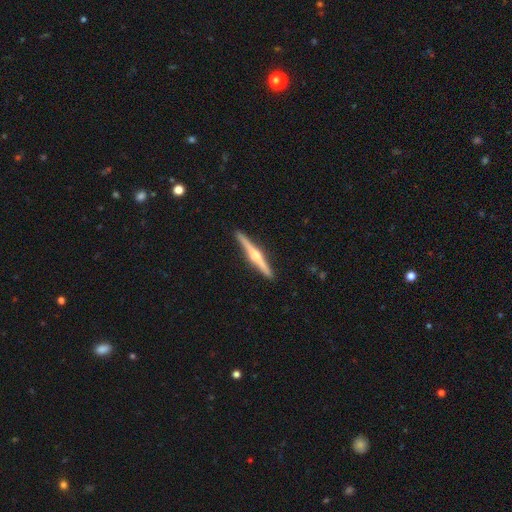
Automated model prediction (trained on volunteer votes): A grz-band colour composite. It shows a featured or disk galaxy (79%) viewed edge-on (98%) with a rounded central bulge (93%). Merging: none (92%).